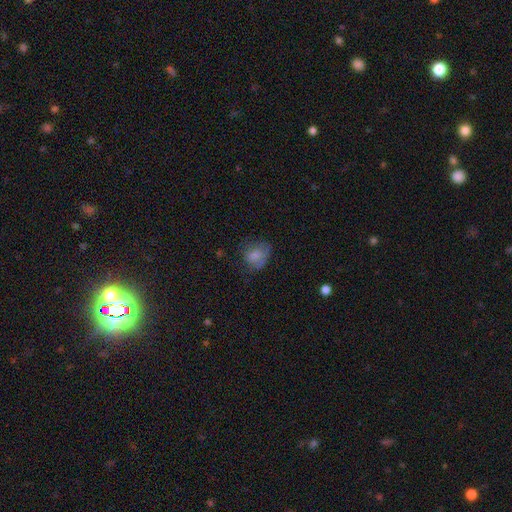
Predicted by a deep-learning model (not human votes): Smooth or featured?
  - smooth: 72% *
  - featured or disk: 18%
  - star or artifact: 10%
How rounded?
  - in between: 56% *
  - round: 43%
  - cigar-shaped: 1%
Merging?
  - none: 46% *
  - minor disturbance: 30%
  - major disturbance: 22%
  - merger: 2%